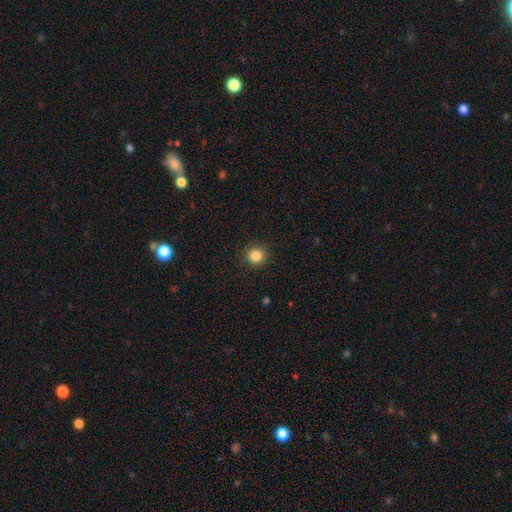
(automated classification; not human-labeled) Morphology: type=smooth (84%); roundness=round (94%); merging=none (91%).